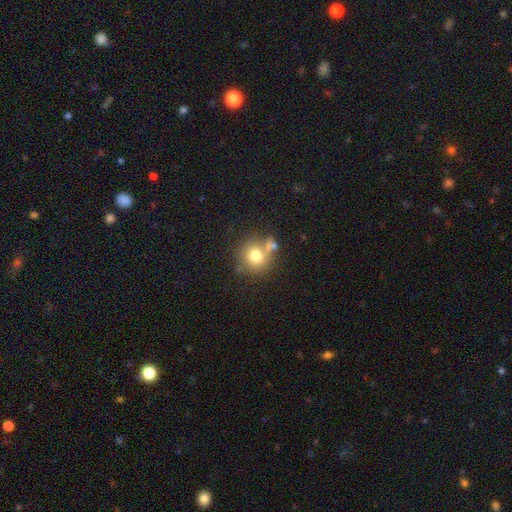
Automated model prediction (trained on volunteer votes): The model was most divided on "merging": none: 59%, merger: 19%, minor disturbance: 15%, major disturbance: 6%. More confident: how rounded — round (87%); smooth or featured — smooth (75%).